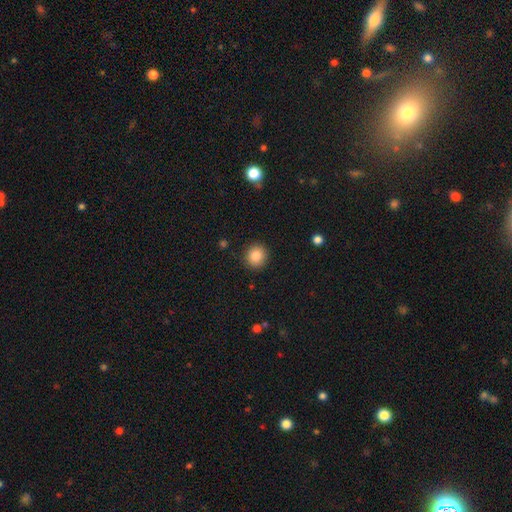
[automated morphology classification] Smooth or featured?
  - smooth: 84% *
  - star or artifact: 10%
  - featured or disk: 6%
How rounded?
  - round: 90% *
  - in between: 9%
  - cigar-shaped: 1%
Merging?
  - none: 90% *
  - minor disturbance: 6%
  - major disturbance: 2%
  - merger: 1%